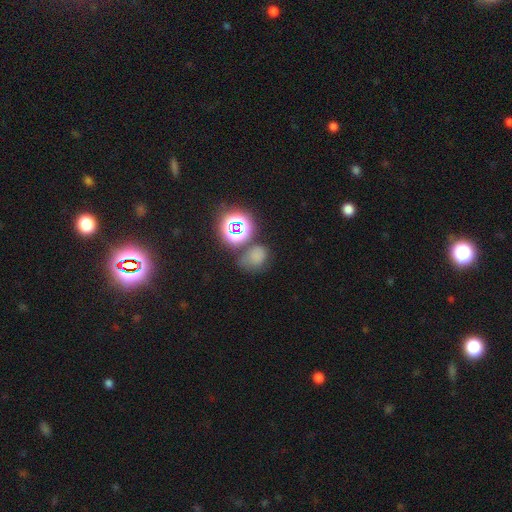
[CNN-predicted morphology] The model was most divided on "how rounded": round: 50%, in between: 48%, cigar-shaped: 1%. Remaining: smooth or featured — smooth (59%); merging — none (50%).